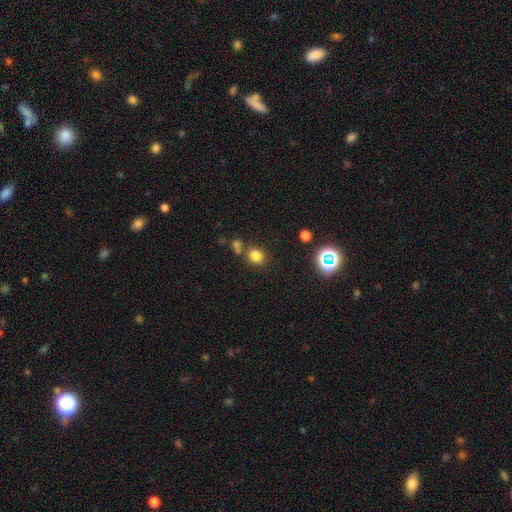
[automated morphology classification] The model was most divided on "how rounded": round: 72%, in between: 27%, cigar-shaped: 1%. More confident: smooth or featured — smooth (78%); merging — none (71%).